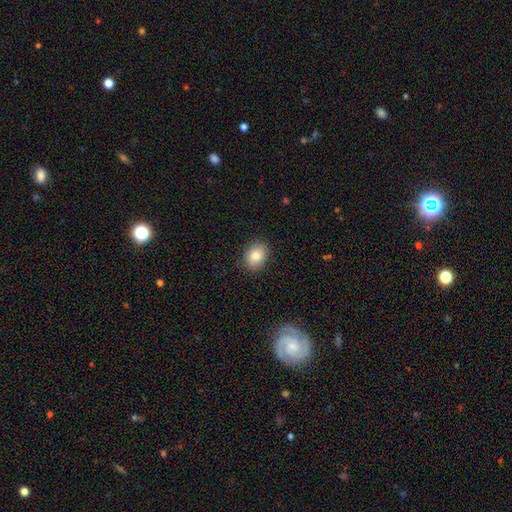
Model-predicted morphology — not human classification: A smooth galaxy with no disk features (83%) that is in between round and cigar-shaped (61%). Merging: none (87%).